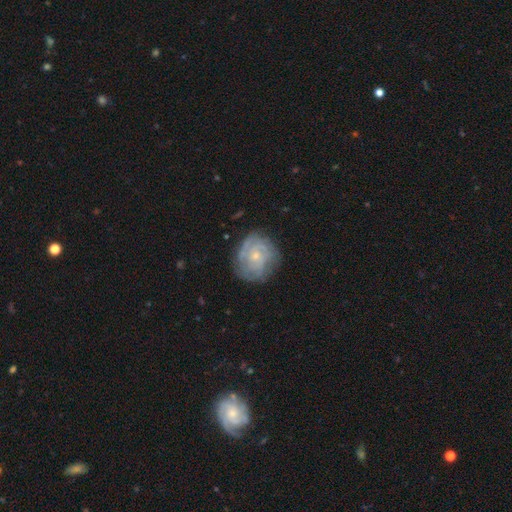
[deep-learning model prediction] featured or disk 73%, smooth 20%, star or artifact 8%. Down the decision tree: edge-on disk — no (98%); bar — no (79%); spiral arms — yes (89%); spiral arm count — can't tell (44%); spiral winding — tight (69%); bulge size — small (70%); merging — none (75%).